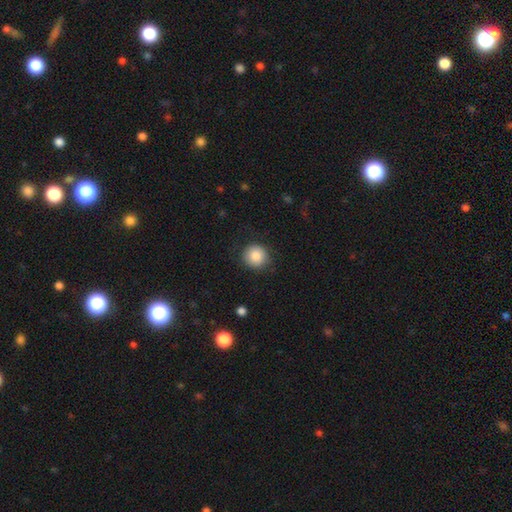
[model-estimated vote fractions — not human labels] This appears to be a smooth galaxy with no disk features (85%) that is round (92%). Merging: none (86%).